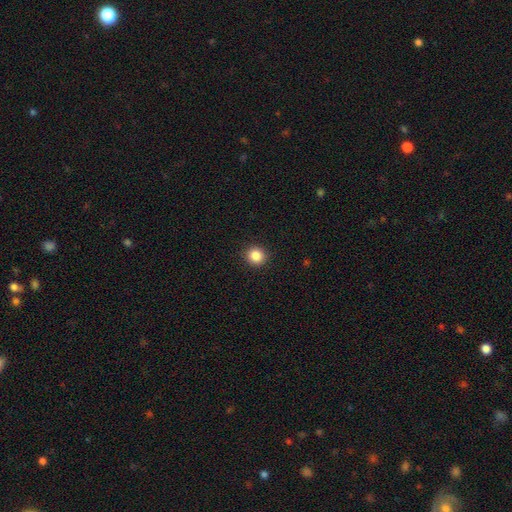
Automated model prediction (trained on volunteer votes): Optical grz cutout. It shows a smooth galaxy with no disk features (86%) that is round (92%). Merging: none (92%).